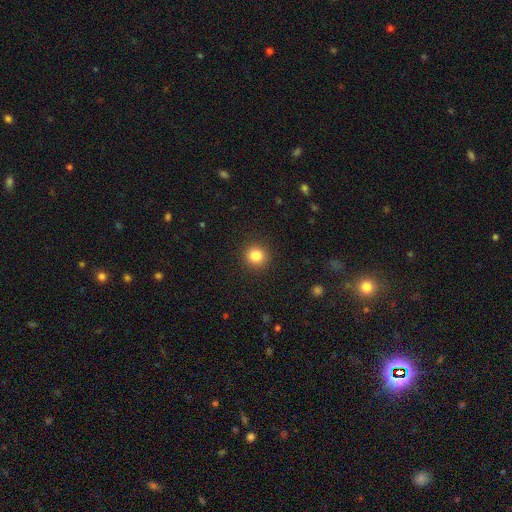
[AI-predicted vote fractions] This appears to be a smooth galaxy with no disk features (84%) that is round (92%). Merging: none (92%).